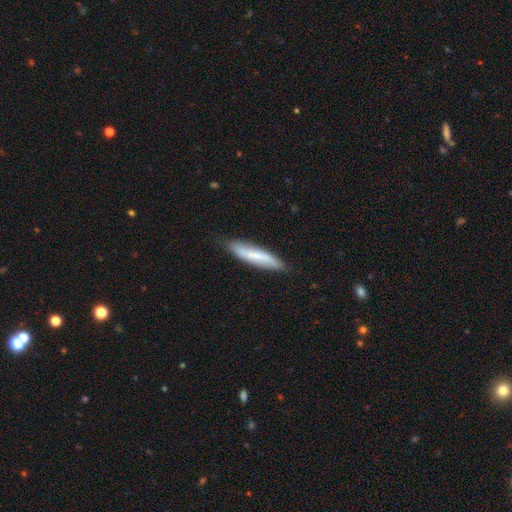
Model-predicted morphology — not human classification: A smooth galaxy with no disk features (58%) that is cigar-shaped (82%). Merging: none (80%).